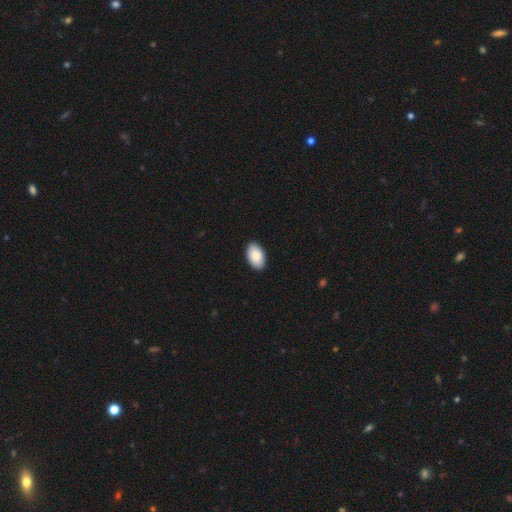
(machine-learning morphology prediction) smooth-or-featured: smooth: 89% | star or artifact: 6% | featured or disk: 5%
  how-rounded: in between: 95% | round: 4% | cigar-shaped: 1%
  merging: none: 90% | minor disturbance: 7% | major disturbance: 2% | merger: 1%